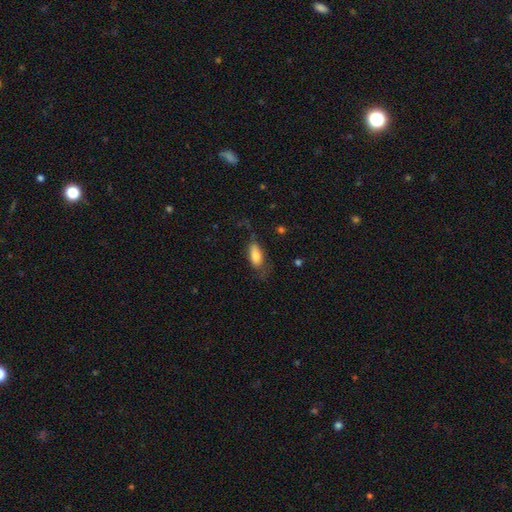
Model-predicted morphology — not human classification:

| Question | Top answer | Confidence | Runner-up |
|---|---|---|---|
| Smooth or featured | smooth | 77% | featured or disk (16%) |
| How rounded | in between | 83% | cigar-shaped (14%) |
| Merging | none | 54% | minor disturbance (27%) |